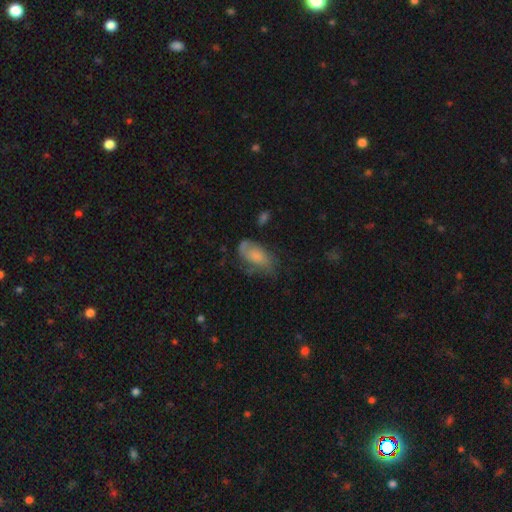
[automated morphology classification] This appears to be a smooth galaxy with no disk features (51%) that is in between round and cigar-shaped (90%). Merging: none (48%).